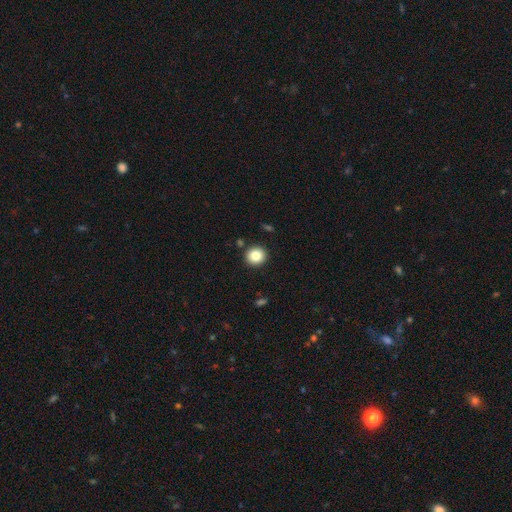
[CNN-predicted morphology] A smooth galaxy with no disk features (84%) that is round (91%). Merging: none (90%).